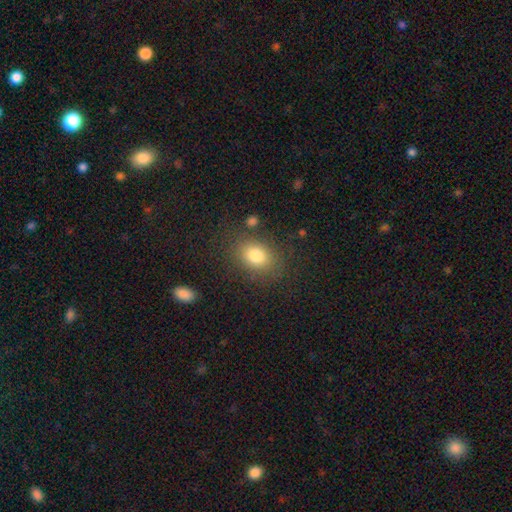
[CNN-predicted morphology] This appears to be a smooth galaxy with no disk features (80%) that is in between round and cigar-shaped (67%). Merging: none (79%).